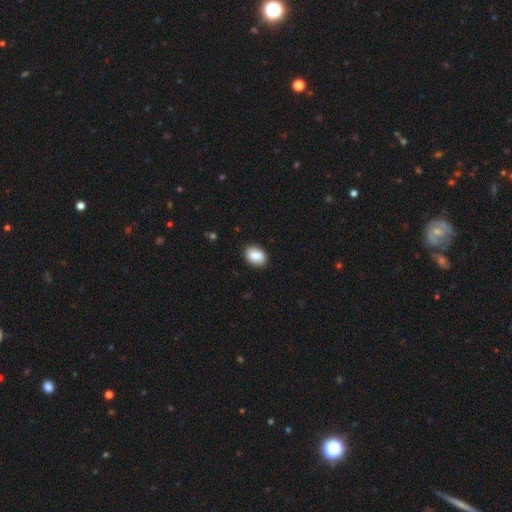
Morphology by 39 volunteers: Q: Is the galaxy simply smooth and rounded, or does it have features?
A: smooth — 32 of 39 (82%).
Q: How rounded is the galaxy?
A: in between — 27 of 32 (84%).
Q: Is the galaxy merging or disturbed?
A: none — 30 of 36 (83%).